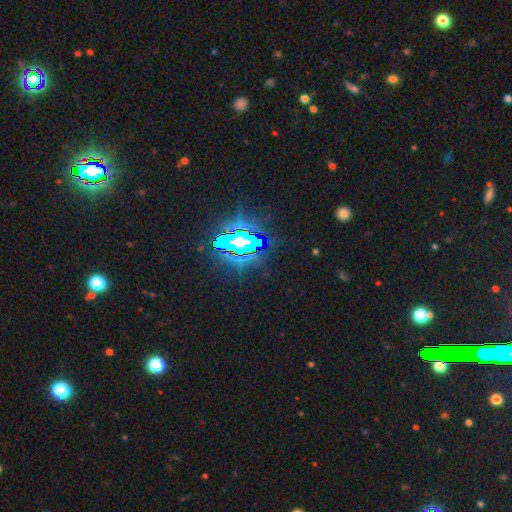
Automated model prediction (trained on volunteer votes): The model was most divided on "smooth or featured": star or artifact: 81%, smooth: 10%, featured or disk: 8%.